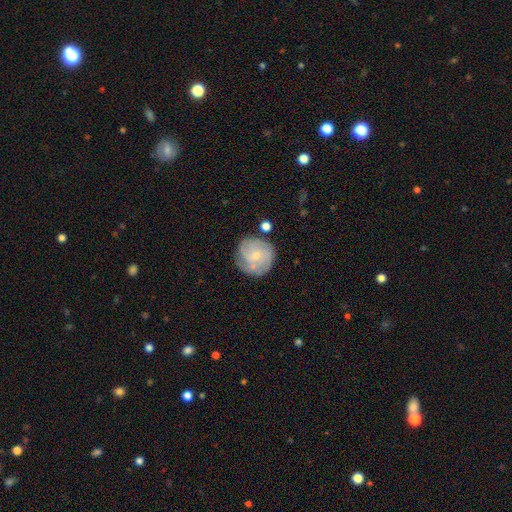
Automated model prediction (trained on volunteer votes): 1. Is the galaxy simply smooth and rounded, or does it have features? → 53% featured or disk, 40% smooth, 7% star or artifact.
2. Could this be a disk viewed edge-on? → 98% no, 2% yes.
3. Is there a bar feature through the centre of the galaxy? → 68% no, 28% weak, 4% strong.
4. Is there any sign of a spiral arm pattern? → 77% yes, 23% no.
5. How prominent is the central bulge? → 74% small, 19% moderate, 5% none, 1% large, 1% dominant.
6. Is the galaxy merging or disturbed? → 68% none, 18% minor disturbance, 8% merger, 6% major disturbance.